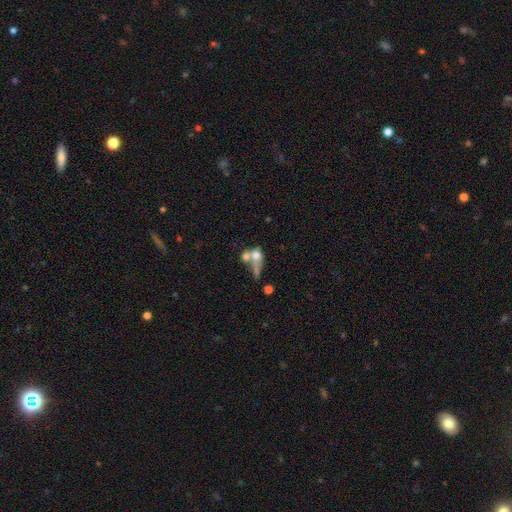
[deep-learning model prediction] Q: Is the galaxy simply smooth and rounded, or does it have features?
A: smooth — 56%.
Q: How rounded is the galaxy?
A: round — 45%.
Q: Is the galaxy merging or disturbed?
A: merger — 56%.